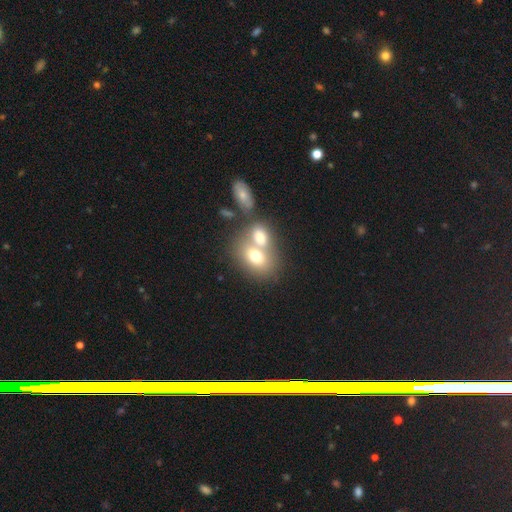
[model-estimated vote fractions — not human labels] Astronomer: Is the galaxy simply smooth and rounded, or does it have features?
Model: smooth — 70%.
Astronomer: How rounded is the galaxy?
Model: in between — 69%.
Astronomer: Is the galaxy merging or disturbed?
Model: merger — 60%.